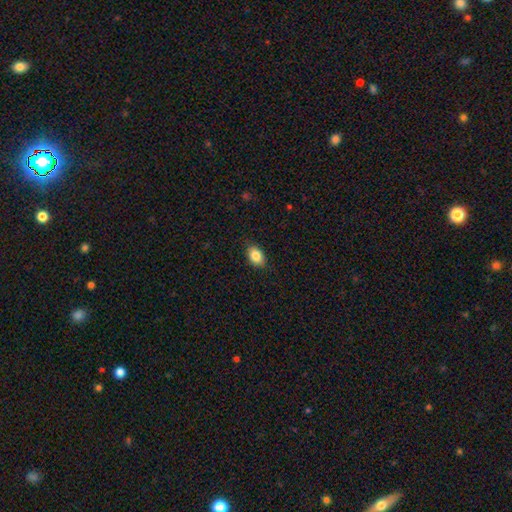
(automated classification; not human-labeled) Morphology: type=smooth (85%); roundness=in between (83%); merging=none (86%).